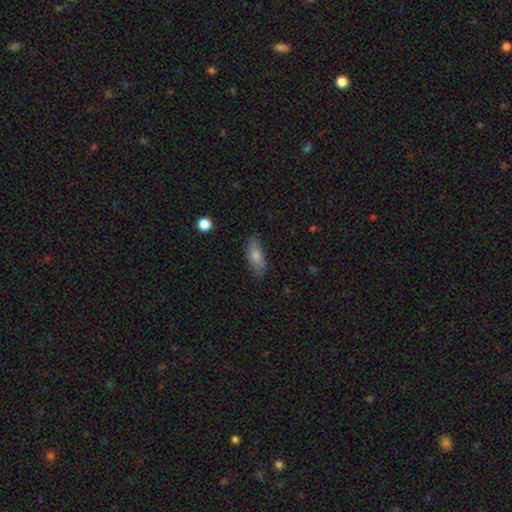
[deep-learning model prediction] smooth_or_featured: smooth (p=0.68) [alt: featured or disk p=0.24]
how_rounded: in between (p=0.57) [alt: cigar-shaped p=0.40]
merging: none (p=0.85) [alt: minor disturbance p=0.12]